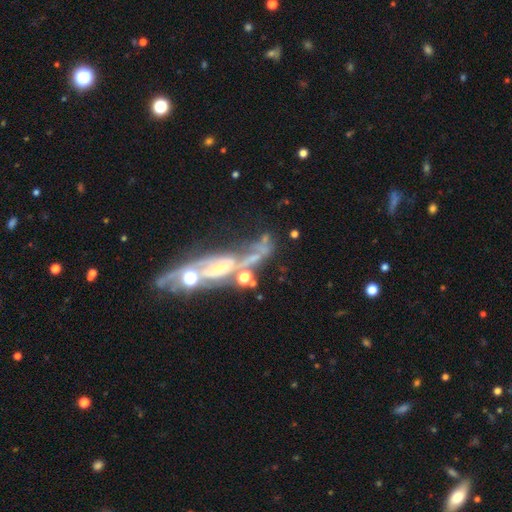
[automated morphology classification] Overall: featured or disk (67%). Edge-on disk: no (77%). Bar: no (53%; weak 26%). Spiral arms: yes (72%). Bulge size: small (55%; moderate 26%). Merging: none (37%; merger 25%).